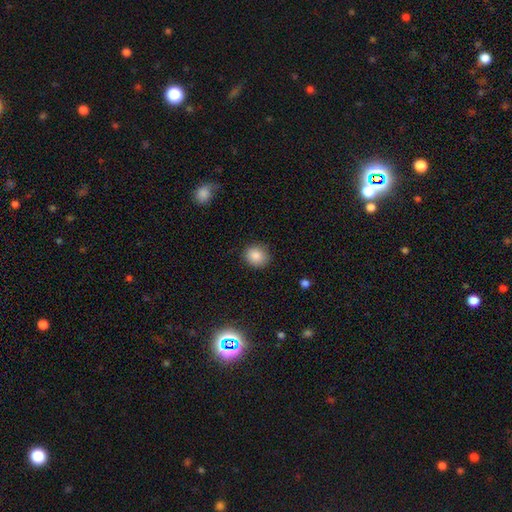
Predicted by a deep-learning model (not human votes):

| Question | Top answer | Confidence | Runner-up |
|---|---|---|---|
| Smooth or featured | smooth | 86% | star or artifact (9%) |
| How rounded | round | 75% | in between (24%) |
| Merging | none | 87% | minor disturbance (9%) |